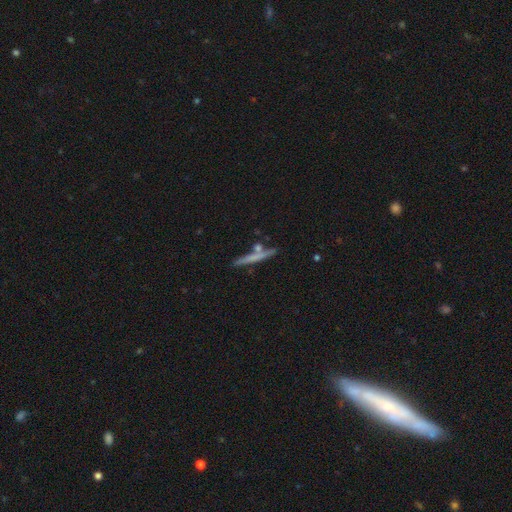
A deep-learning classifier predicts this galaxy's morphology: This appears to be a smooth galaxy with no disk features (51%) that is cigar-shaped (94%). Merging: none (76%).